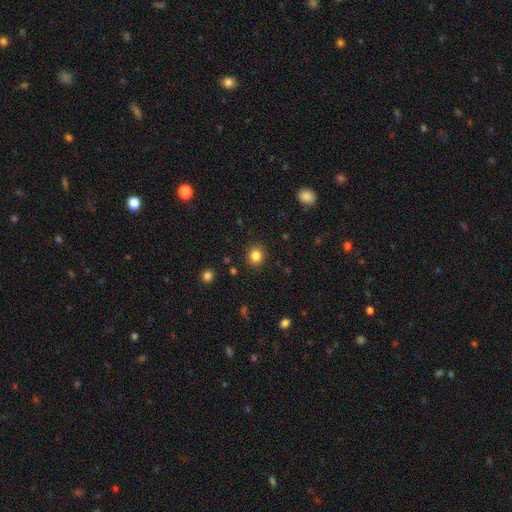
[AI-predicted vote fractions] Smooth or featured? smooth (84%)
How rounded? round (79%)
Merging? none (90%)